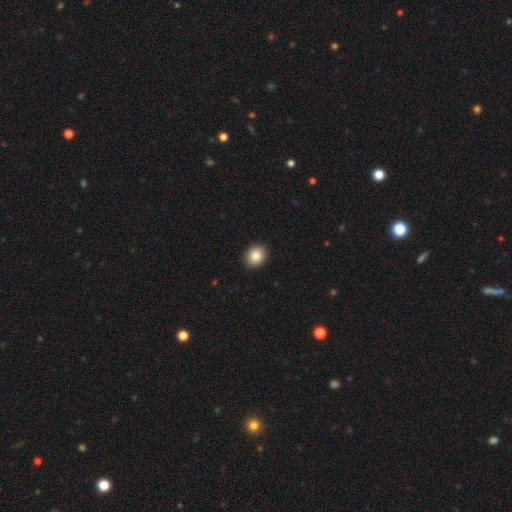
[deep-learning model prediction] A smooth galaxy with no disk features (85%) that is round (65%). Merging: none (92%).